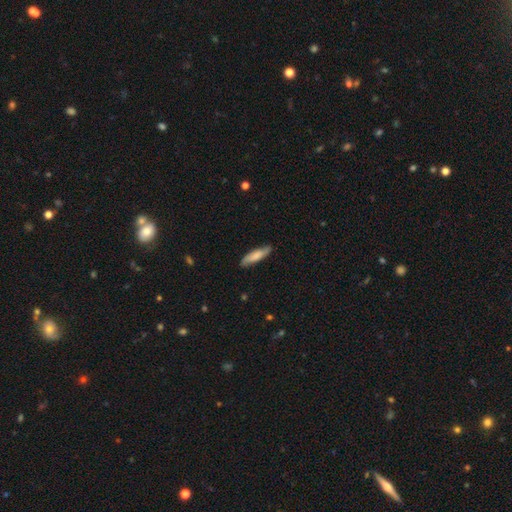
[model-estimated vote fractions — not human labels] smooth 68%, featured or disk 27%, star or artifact 6%. Down the decision tree: how rounded — cigar-shaped (68%); merging — none (82%).